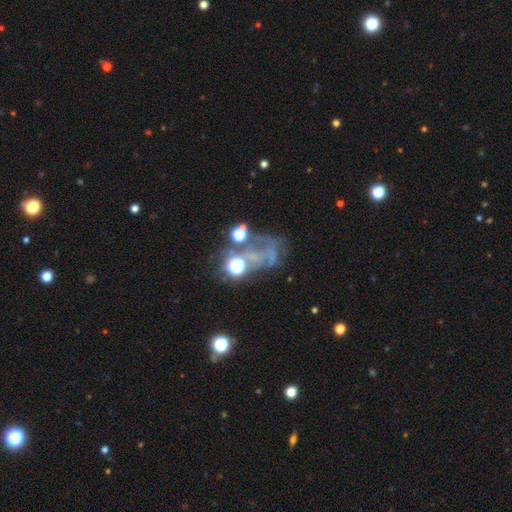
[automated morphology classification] A star or artifact, not a galaxy (40%).